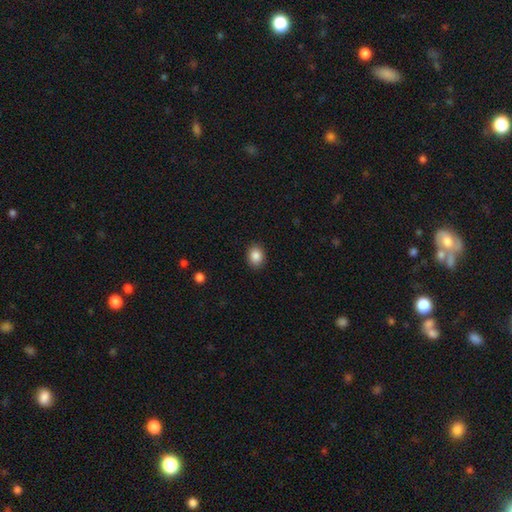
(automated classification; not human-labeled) Smooth or featured: smooth — 87% (star or artifact — 9%)
How rounded: round — 52% (in between — 48%)
Merging: none — 90% (minor disturbance — 7%)